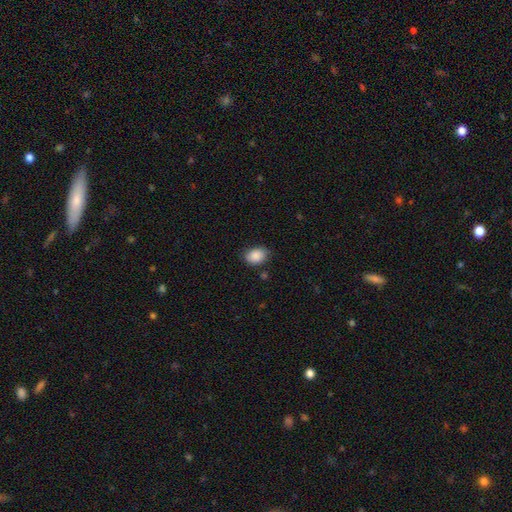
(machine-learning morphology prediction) Overall: smooth (88%). How rounded: in between (77%). Merging: none (79%).